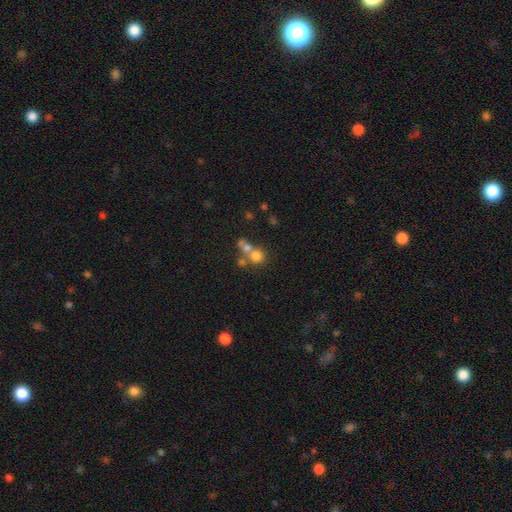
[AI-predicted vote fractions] Morphology: type=smooth (68%); roundness=round (84%); merging=merger (48%).